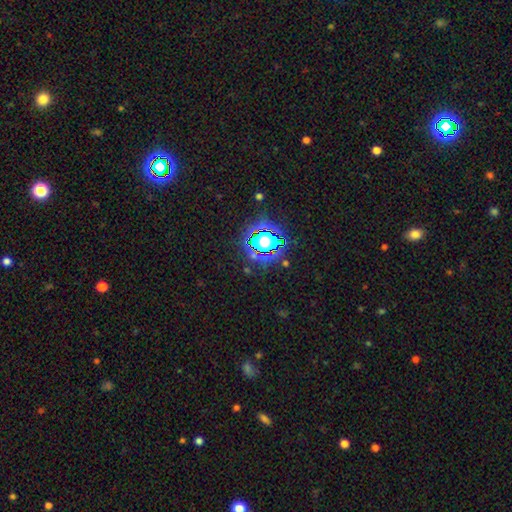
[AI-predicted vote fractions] A star or artifact, not a galaxy (79%).